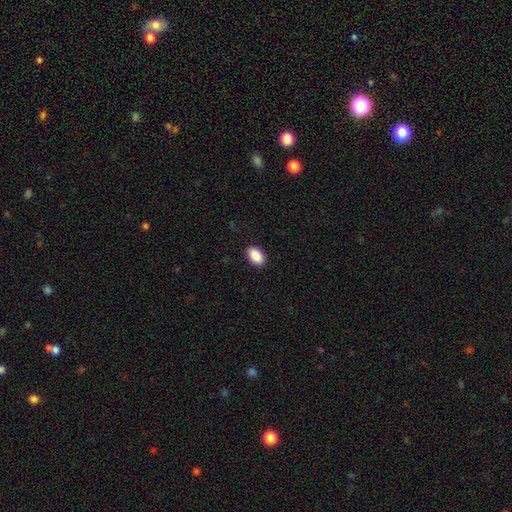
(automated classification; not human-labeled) Q: Smooth or featured?
A: smooth (90%); runner-up: star or artifact (7%)
Q: How rounded?
A: in between (92%); runner-up: round (6%)
Q: Merging?
A: none (90%); runner-up: minor disturbance (8%)